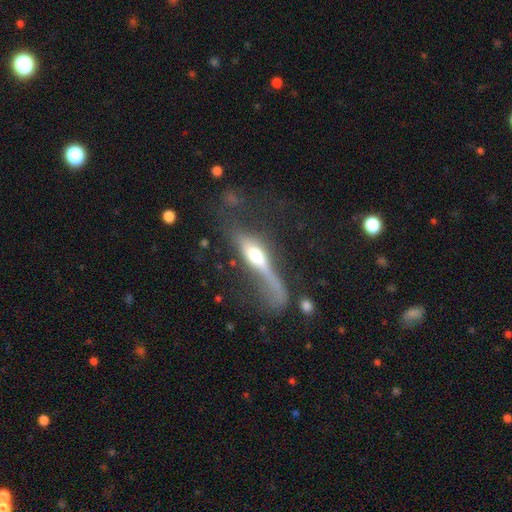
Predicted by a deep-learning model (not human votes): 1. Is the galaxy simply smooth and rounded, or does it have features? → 51% featured or disk, 41% smooth, 8% star or artifact.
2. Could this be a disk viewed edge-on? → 74% yes, 26% no.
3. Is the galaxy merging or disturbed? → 43% major disturbance, 28% none, 20% minor disturbance, 9% merger.